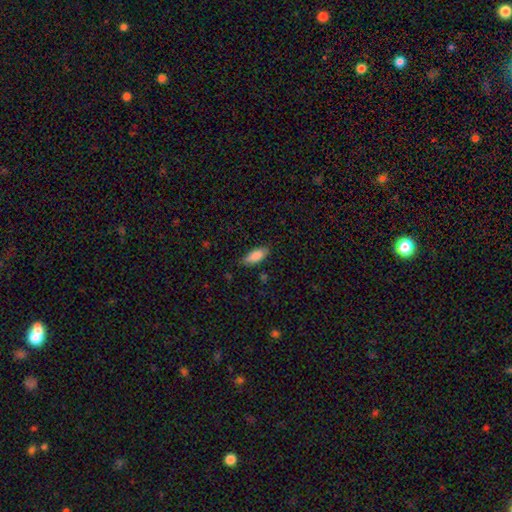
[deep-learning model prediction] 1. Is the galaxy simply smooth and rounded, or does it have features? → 85% smooth, 8% featured or disk, 6% star or artifact.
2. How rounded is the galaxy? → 80% in between, 18% cigar-shaped, 2% round.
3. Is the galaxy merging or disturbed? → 80% none, 16% minor disturbance, 3% major disturbance, 1% merger.